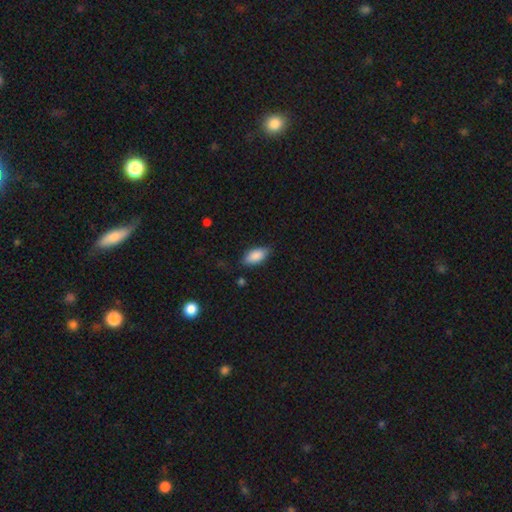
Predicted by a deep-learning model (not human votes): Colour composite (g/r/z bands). It shows a smooth galaxy with no disk features (87%) that is in between round and cigar-shaped (90%). Merging: none (79%).